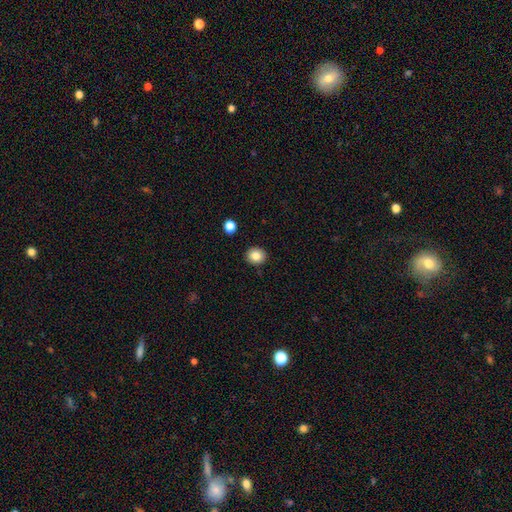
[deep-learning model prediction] smooth-or-featured: smooth: 84% | star or artifact: 10% | featured or disk: 7%
  how-rounded: round: 75% | in between: 24% | cigar-shaped: 1%
  merging: none: 90% | minor disturbance: 7% | major disturbance: 2% | merger: 2%